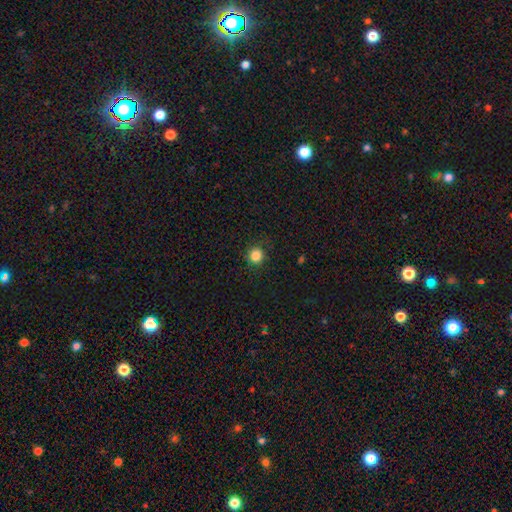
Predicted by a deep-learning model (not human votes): smooth 84%, star or artifact 12%, featured or disk 4%. Down the decision tree: how rounded — round (93%); merging — none (87%).